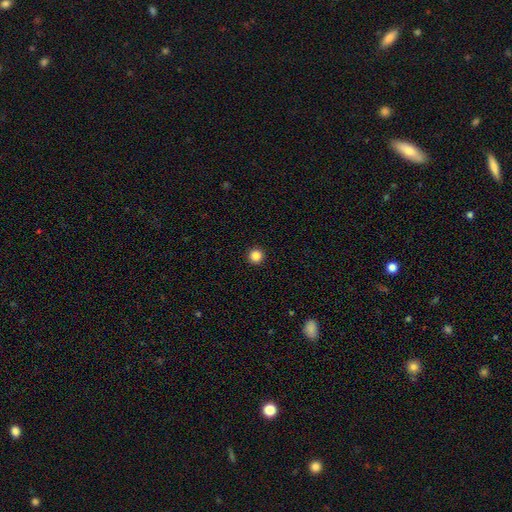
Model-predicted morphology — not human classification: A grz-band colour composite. It shows a smooth galaxy with no disk features (85%) that is round (97%). Merging: none (94%).